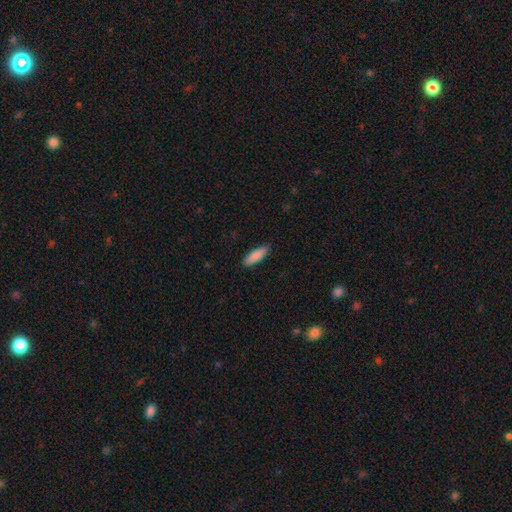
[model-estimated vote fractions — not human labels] A smooth galaxy with no disk features (88%) that is cigar-shaped (51%). Merging: none (89%).